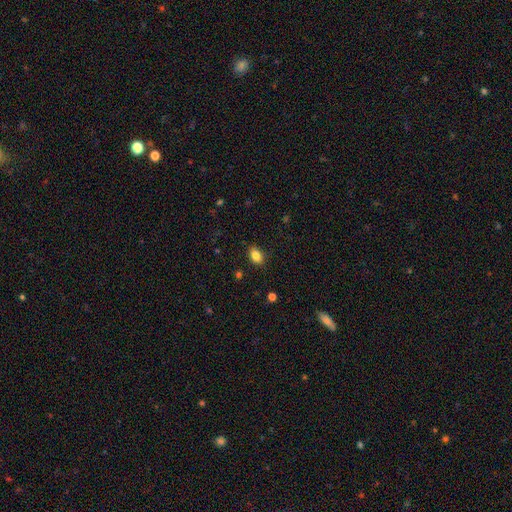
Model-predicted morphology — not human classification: smooth_or_featured: smooth (p=0.84) [alt: star or artifact p=0.09]
how_rounded: in between (p=0.83) [alt: round p=0.15]
merging: none (p=0.87) [alt: minor disturbance p=0.10]